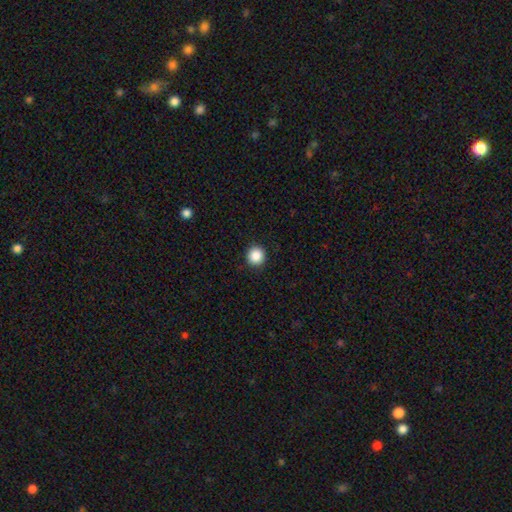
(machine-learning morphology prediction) Smooth or featured? Predicted: smooth (p=0.88). How rounded? Predicted: round (p=0.95). Merging? Predicted: none (p=0.93).